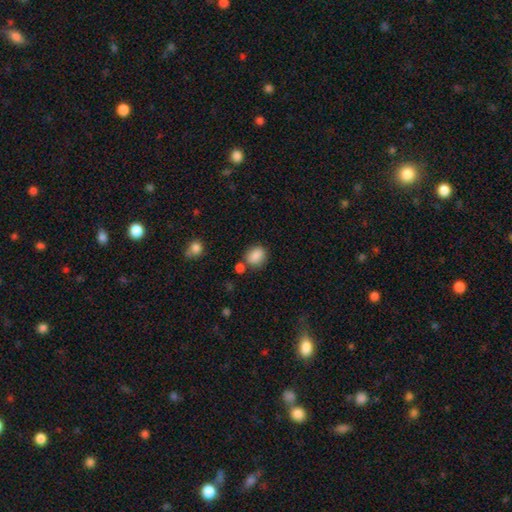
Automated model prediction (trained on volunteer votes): This is clearly a smooth galaxy (85%). How rounded: possibly round (54%). Merging: likely none (68%).